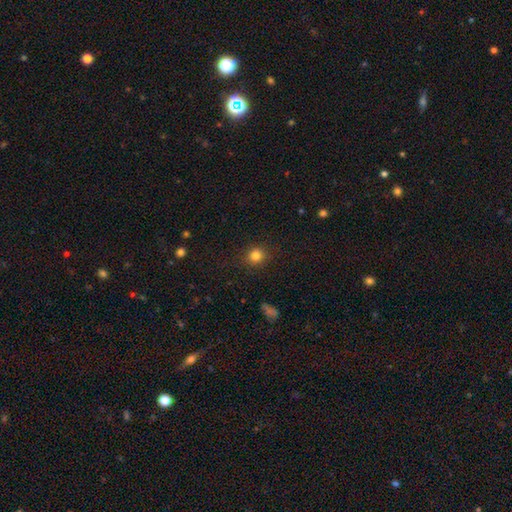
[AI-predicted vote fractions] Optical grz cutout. It shows a smooth galaxy with no disk features (82%) that is round (86%). Merging: none (88%).